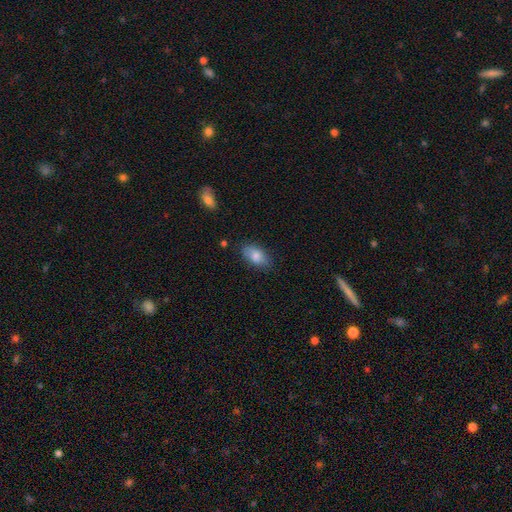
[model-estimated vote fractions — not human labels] Smooth or featured?
  - smooth: 80% *
  - featured or disk: 13%
  - star or artifact: 8%
How rounded?
  - in between: 91% *
  - round: 5%
  - cigar-shaped: 3%
Merging?
  - none: 79% *
  - minor disturbance: 16%
  - major disturbance: 3%
  - merger: 2%